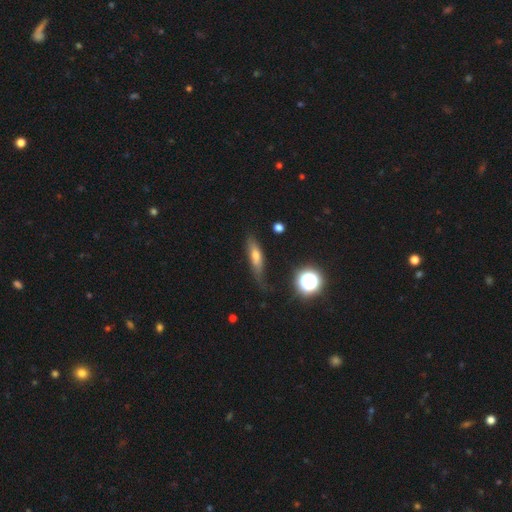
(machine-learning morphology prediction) The model was most divided on "how rounded": cigar-shaped: 55%, in between: 38%, round: 7%. More confident: smooth or featured — smooth (55%); merging — none (54%).